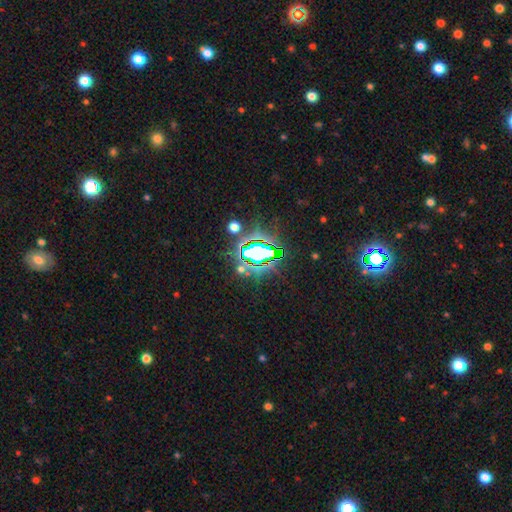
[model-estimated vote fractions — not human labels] This appears to be a star or artifact, not a galaxy (73%).